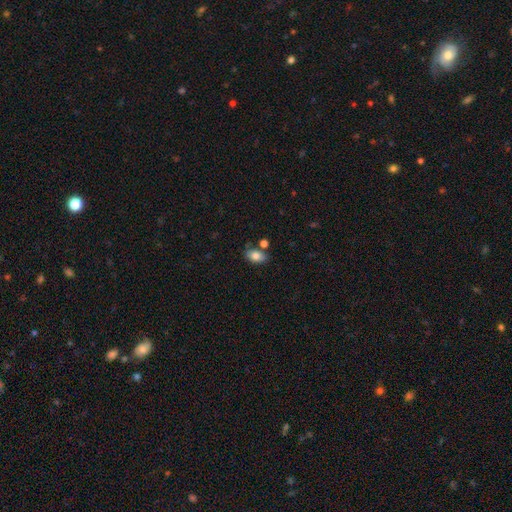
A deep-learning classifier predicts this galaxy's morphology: Smooth or featured?
  - smooth: 80% *
  - featured or disk: 11%
  - star or artifact: 8%
How rounded?
  - in between: 88% *
  - round: 10%
  - cigar-shaped: 2%
Merging?
  - none: 68% *
  - minor disturbance: 16%
  - merger: 12%
  - major disturbance: 4%